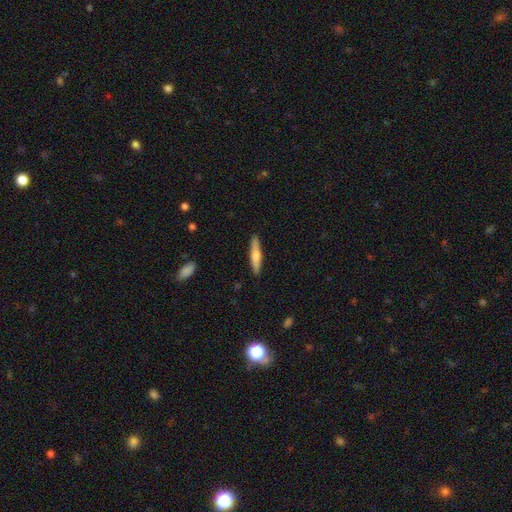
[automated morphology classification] The model was most divided on "smooth or featured": smooth: 56%, featured or disk: 39%, star or artifact: 6%. More confident: merging — none (90%); how rounded — cigar-shaped (88%).